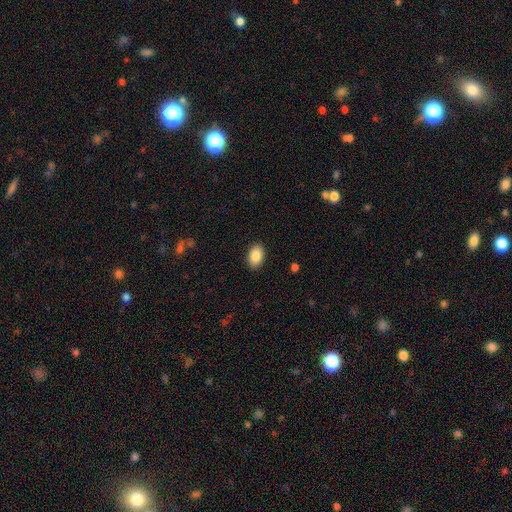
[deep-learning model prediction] smooth-or-featured: smooth: 88% | star or artifact: 7% | featured or disk: 5%
  how-rounded: in between: 89% | round: 10% | cigar-shaped: 1%
  merging: none: 89% | minor disturbance: 8% | major disturbance: 2% | merger: 1%